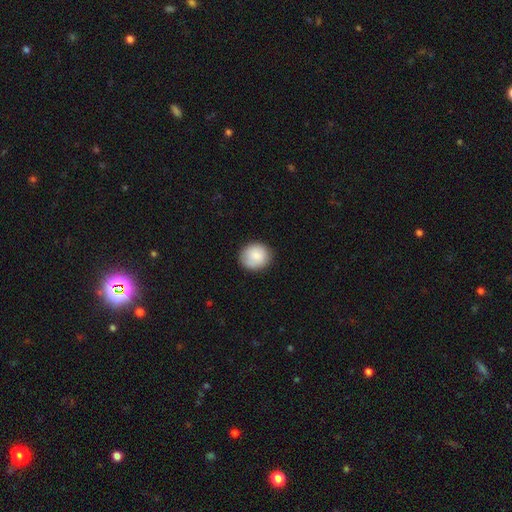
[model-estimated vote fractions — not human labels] smooth_or_featured: smooth (p=0.83) [alt: featured or disk p=0.10]
how_rounded: round (p=0.85) [alt: in between p=0.14]
merging: none (p=0.86) [alt: minor disturbance p=0.11]